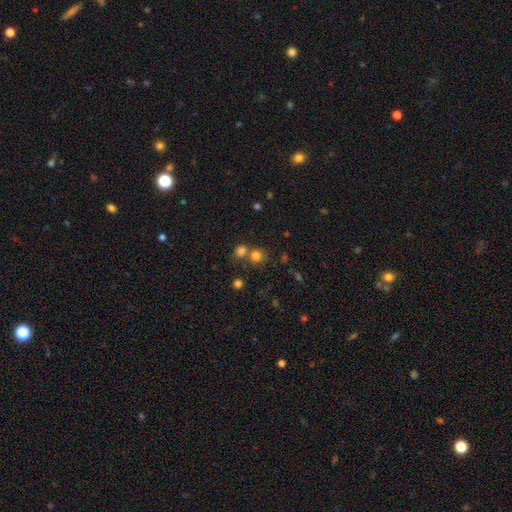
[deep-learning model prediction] Overall: smooth (78%). How rounded: round (84%). Merging: none (58%; merger 31%).